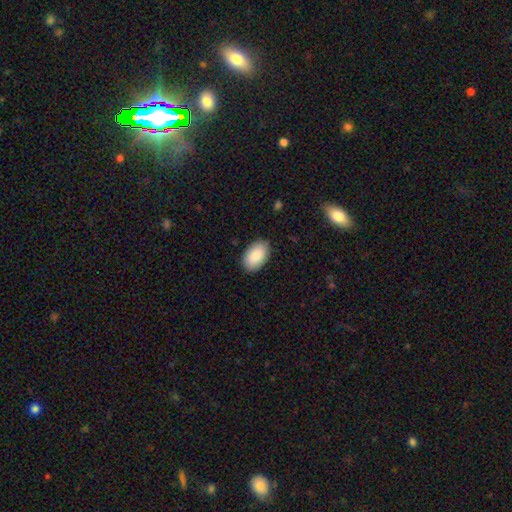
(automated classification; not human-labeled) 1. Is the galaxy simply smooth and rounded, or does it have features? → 88% smooth, 7% featured or disk, 6% star or artifact.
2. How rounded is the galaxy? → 94% in between, 5% round, 1% cigar-shaped.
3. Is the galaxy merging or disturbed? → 88% none, 9% minor disturbance, 2% major disturbance, 1% merger.